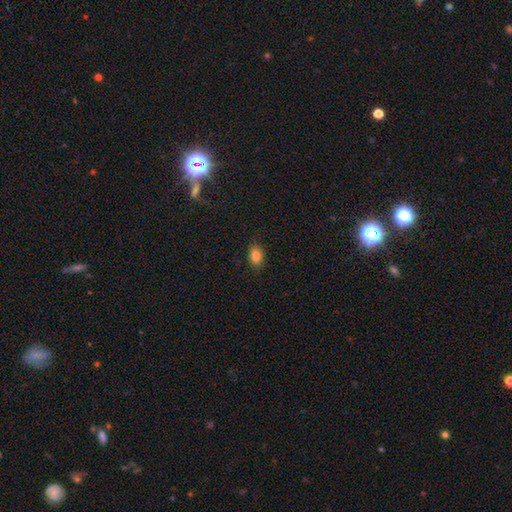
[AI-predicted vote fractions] Smooth or featured?
  - smooth: 84% *
  - star or artifact: 9%
  - featured or disk: 7%
How rounded?
  - in between: 82% *
  - round: 16%
  - cigar-shaped: 2%
Merging?
  - none: 84% *
  - minor disturbance: 13%
  - major disturbance: 3%
  - merger: 1%